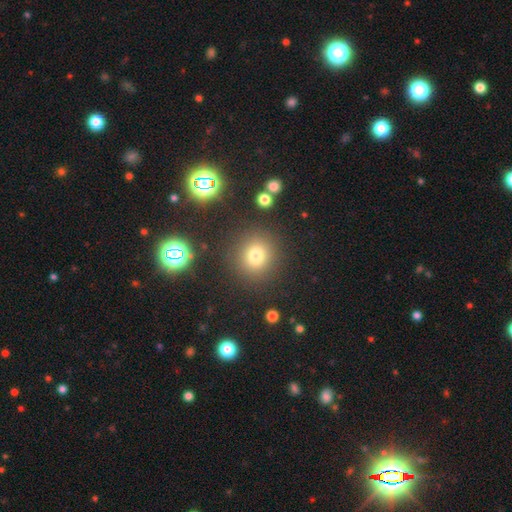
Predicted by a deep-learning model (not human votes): smooth-or-featured: smooth: 74% | star or artifact: 18% | featured or disk: 8%
  how-rounded: round: 90% | in between: 9% | cigar-shaped: 1%
  merging: none: 86% | minor disturbance: 7% | major disturbance: 4% | merger: 3%